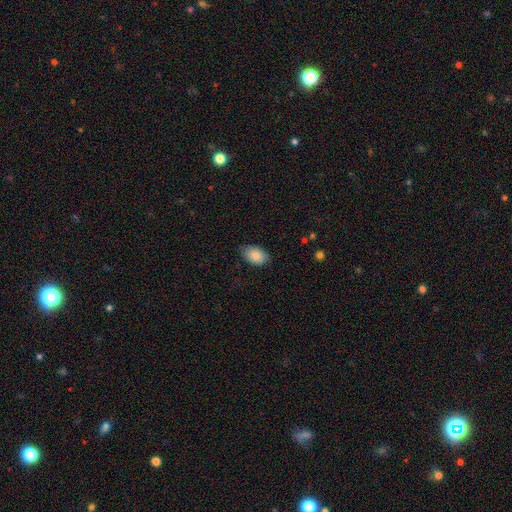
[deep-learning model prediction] A smooth galaxy with no disk features (86%) that is in between round and cigar-shaped (91%). Merging: none (78%).